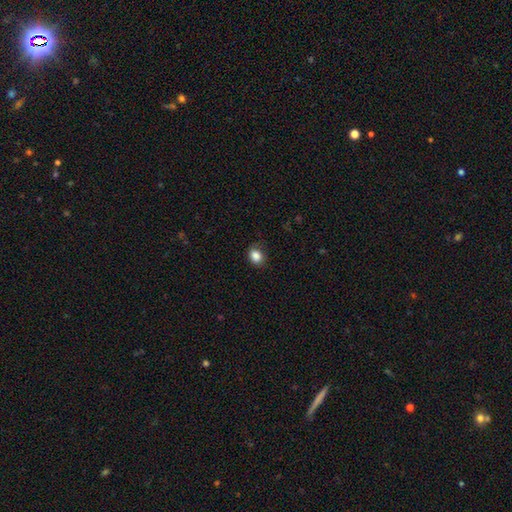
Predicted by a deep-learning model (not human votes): smooth 86%, star or artifact 10%, featured or disk 4%. Down the decision tree: how rounded — round (50%); merging — none (75%).